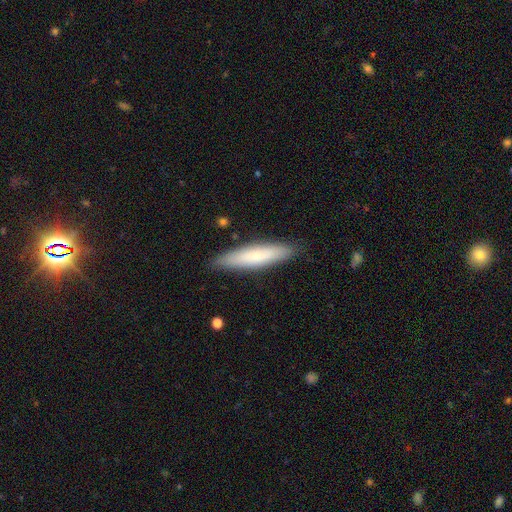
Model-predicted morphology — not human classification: This appears to be a smooth galaxy with no disk features (74%) that is cigar-shaped (83%). Merging: none (87%).